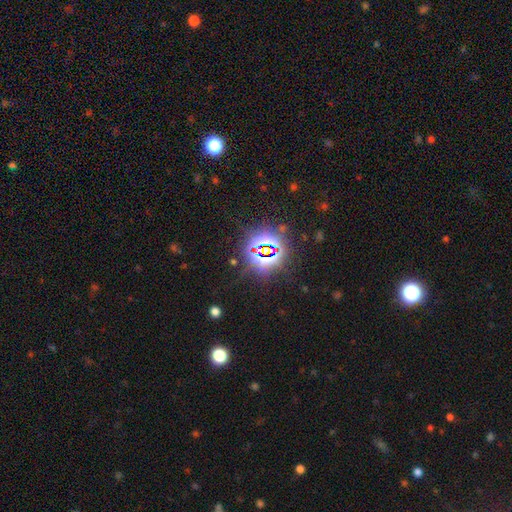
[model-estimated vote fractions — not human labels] Morphology: type=star or artifact (82%).